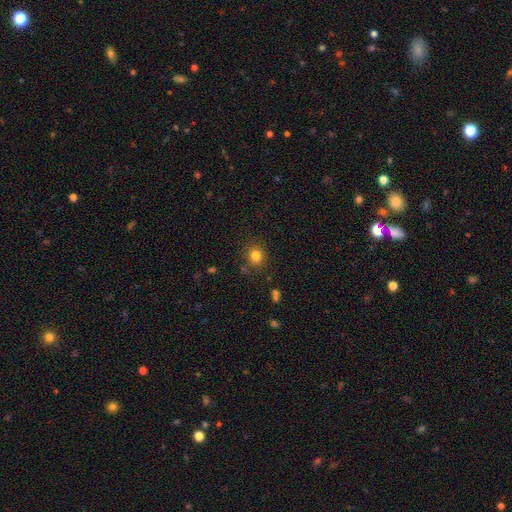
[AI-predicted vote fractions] Smooth or featured: smooth — 81% (star or artifact — 13%)
How rounded: round — 84% (in between — 16%)
Merging: none — 84% (minor disturbance — 9%)